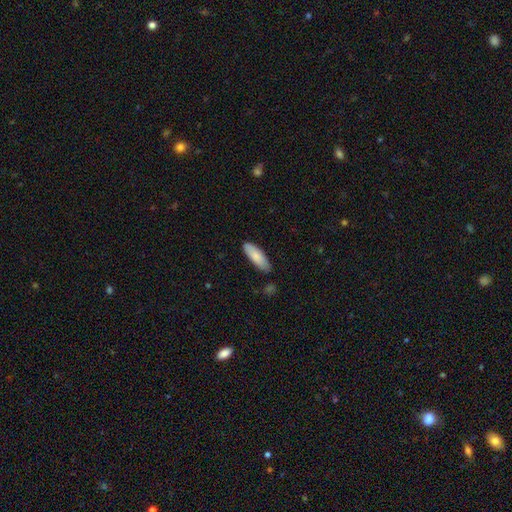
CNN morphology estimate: smooth-or-featured: smooth: 83% | featured or disk: 11% | star or artifact: 6%
  how-rounded: in between: 55% | cigar-shaped: 43% | round: 1%
  merging: none: 82% | minor disturbance: 13% | major disturbance: 2% | merger: 2%